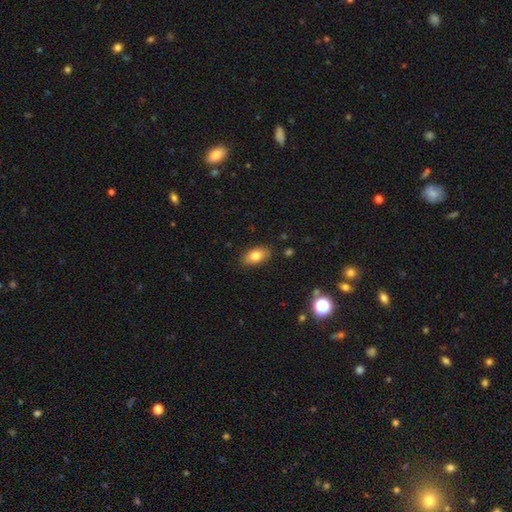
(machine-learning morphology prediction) Smooth or featured?
  - smooth: 79% *
  - featured or disk: 13%
  - star or artifact: 8%
How rounded?
  - in between: 89% *
  - round: 6%
  - cigar-shaped: 5%
Merging?
  - none: 86% *
  - minor disturbance: 10%
  - major disturbance: 2%
  - merger: 1%